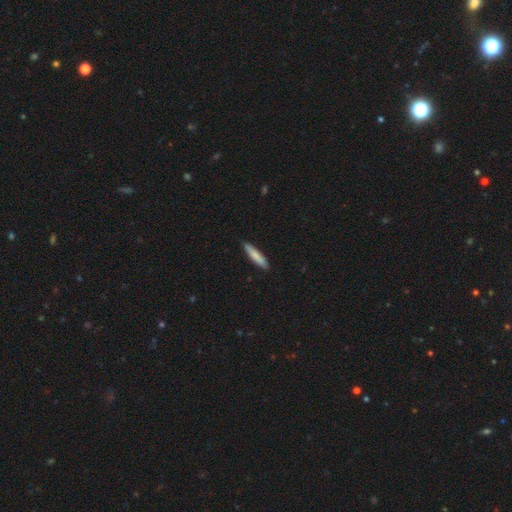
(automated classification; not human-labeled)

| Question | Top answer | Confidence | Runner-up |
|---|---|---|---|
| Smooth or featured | smooth | 80% | featured or disk (15%) |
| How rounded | cigar-shaped | 87% | in between (11%) |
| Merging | none | 88% | minor disturbance (9%) |